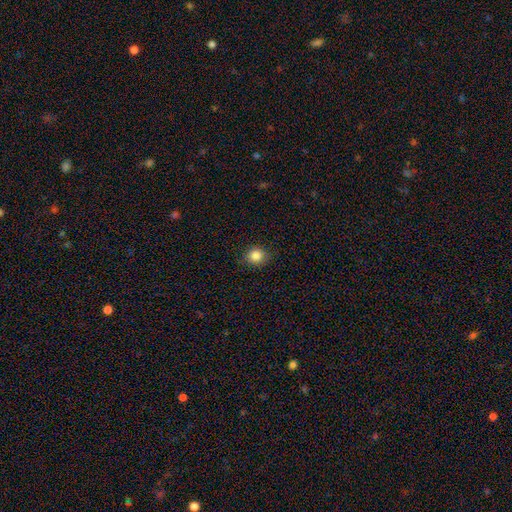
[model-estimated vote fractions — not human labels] A smooth galaxy with no disk features (85%) that is round (75%). Merging: none (86%).